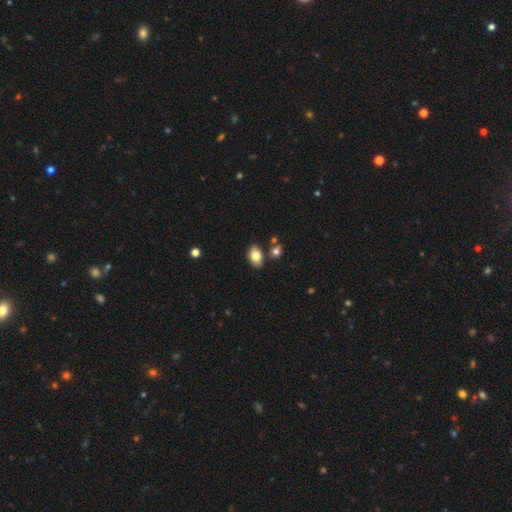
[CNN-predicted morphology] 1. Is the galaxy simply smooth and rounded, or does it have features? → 81% smooth, 10% featured or disk, 8% star or artifact.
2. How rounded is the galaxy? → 84% in between, 14% round, 1% cigar-shaped.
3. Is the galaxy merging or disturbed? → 81% none, 10% minor disturbance, 7% merger, 2% major disturbance.